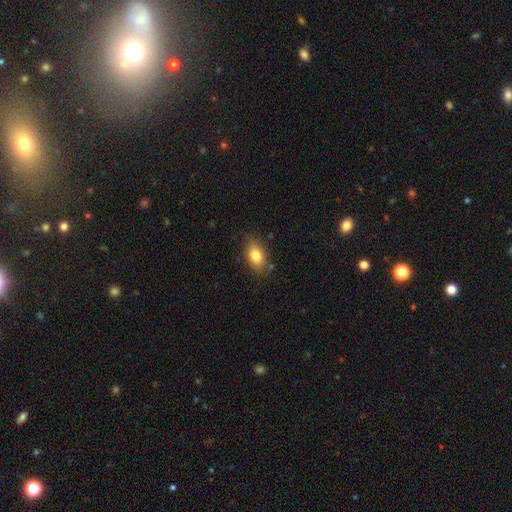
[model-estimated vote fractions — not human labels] This is clearly a smooth galaxy (81%). How rounded: clearly in between (86%). Merging: likely none (80%).